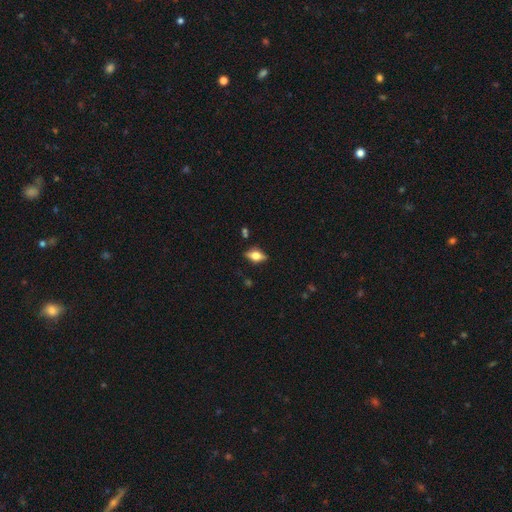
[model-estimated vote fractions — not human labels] A featured or disk galaxy (46%).

Vote fractions:
- Smooth or featured? featured or disk: 46% / smooth: 45% / star or artifact: 9%
- Merging? none: 81% / minor disturbance: 13% / major disturbance: 3% / merger: 2%